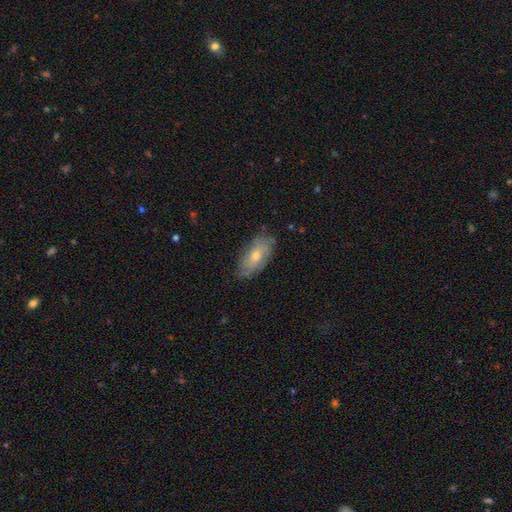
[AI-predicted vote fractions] A featured or disk galaxy (50%).

Vote fractions:
- Smooth or featured? featured or disk: 50% / smooth: 42% / star or artifact: 8%
- Merging? none: 75% / minor disturbance: 19% / major disturbance: 4% / merger: 1%